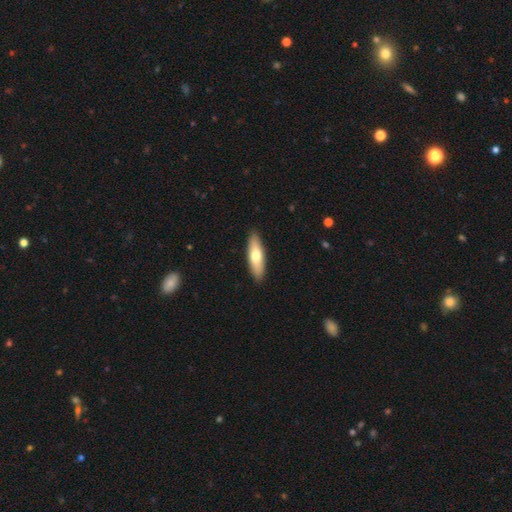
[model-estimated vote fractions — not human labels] A smooth galaxy with no disk features (66%) that is cigar-shaped (52%). Merging: none (90%).